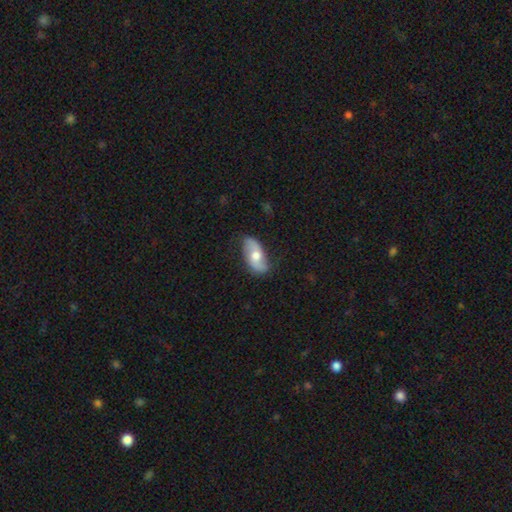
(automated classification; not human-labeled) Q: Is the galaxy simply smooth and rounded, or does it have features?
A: featured or disk — 55%.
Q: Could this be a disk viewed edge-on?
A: no — 90%.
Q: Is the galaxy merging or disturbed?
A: none — 75%.